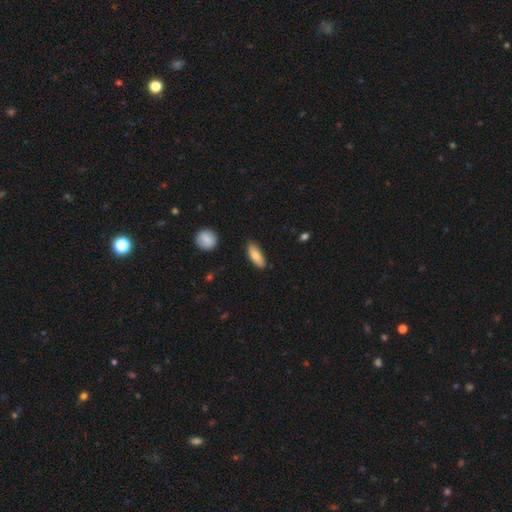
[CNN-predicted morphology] Smooth or featured?
  - smooth: 80% *
  - featured or disk: 14%
  - star or artifact: 6%
How rounded?
  - in between: 72% *
  - cigar-shaped: 25%
  - round: 2%
Merging?
  - none: 83% *
  - minor disturbance: 13%
  - major disturbance: 2%
  - merger: 2%